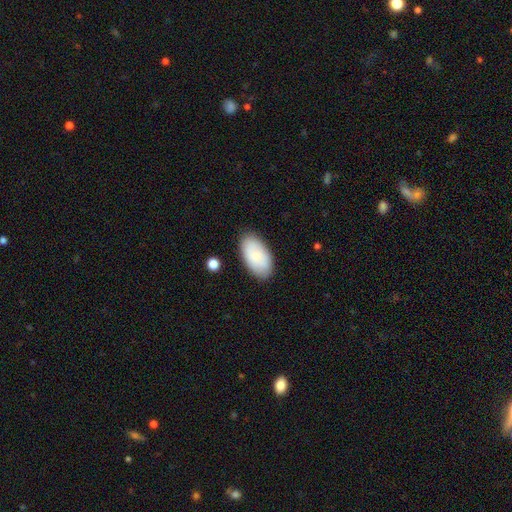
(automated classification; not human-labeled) smooth-or-featured: smooth: 78% | featured or disk: 16% | star or artifact: 6%
  how-rounded: in between: 95% | round: 3% | cigar-shaped: 2%
  merging: none: 84% | minor disturbance: 12% | major disturbance: 3% | merger: 2%